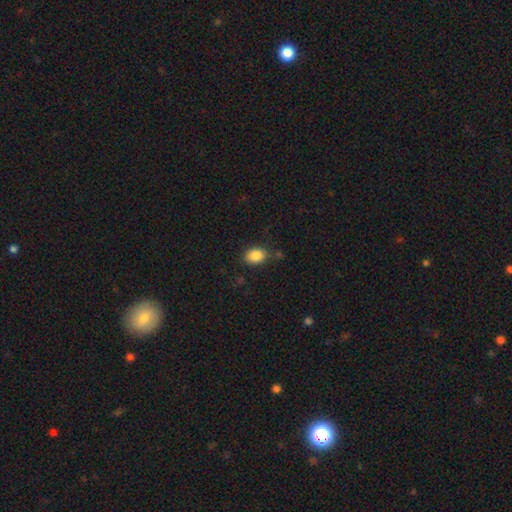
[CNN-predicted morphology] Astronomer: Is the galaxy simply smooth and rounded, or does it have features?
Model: smooth — 86%.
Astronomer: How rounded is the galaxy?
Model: in between — 69%.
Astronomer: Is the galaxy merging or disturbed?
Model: none — 76%.